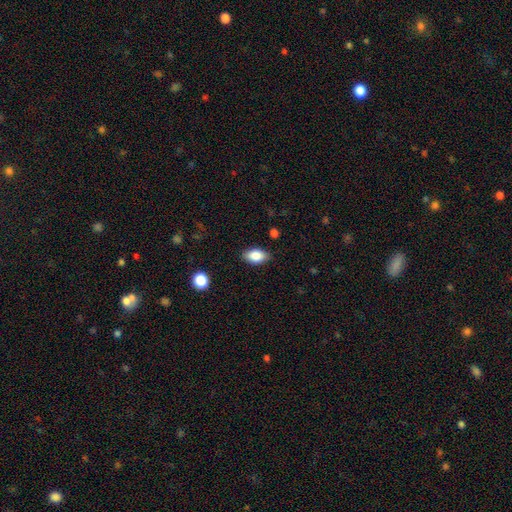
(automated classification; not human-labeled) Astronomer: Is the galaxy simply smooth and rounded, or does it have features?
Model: smooth — 84%.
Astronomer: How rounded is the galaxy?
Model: in between — 90%.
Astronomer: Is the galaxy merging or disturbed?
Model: none — 84%.